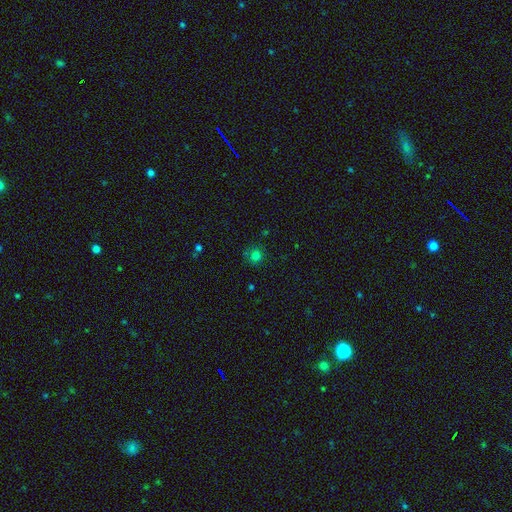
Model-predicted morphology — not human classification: This appears to be a smooth galaxy with no disk features (76%) that is round (89%). Merging: none (78%).